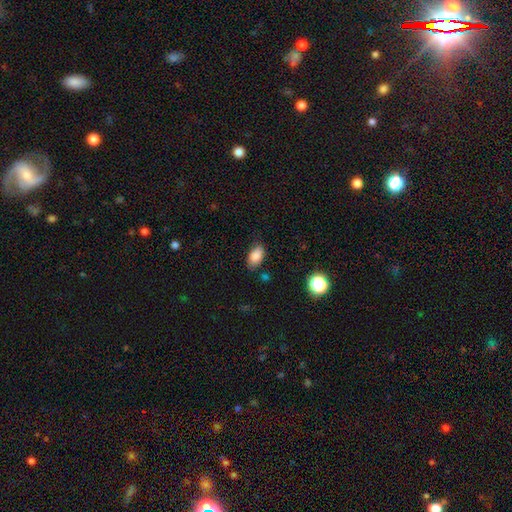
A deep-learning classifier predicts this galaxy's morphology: Smooth or featured: smooth — 85% (star or artifact — 9%)
How rounded: in between — 91% (round — 7%)
Merging: none — 78% (minor disturbance — 16%)